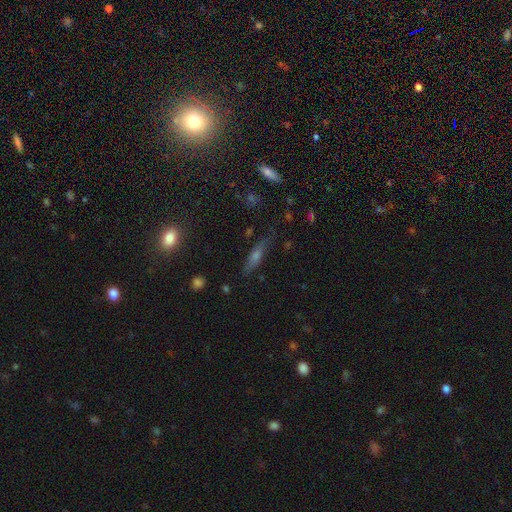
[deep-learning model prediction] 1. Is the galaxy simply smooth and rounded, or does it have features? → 45% featured or disk, 39% smooth, 16% star or artifact.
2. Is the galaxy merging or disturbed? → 77% none, 16% minor disturbance, 5% major disturbance, 2% merger.